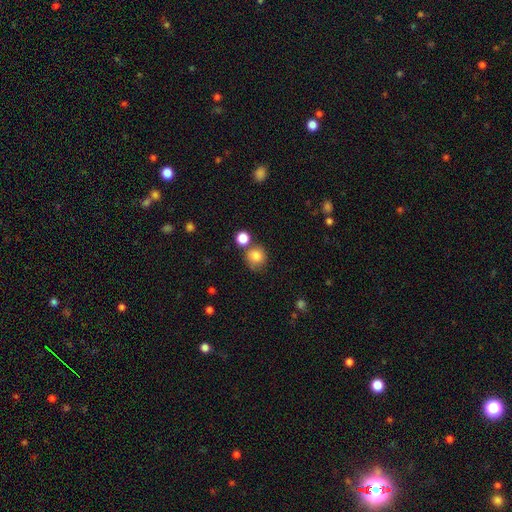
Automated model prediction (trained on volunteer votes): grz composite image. It shows a smooth galaxy with no disk features (83%) that is round (86%). Merging: none (64%).